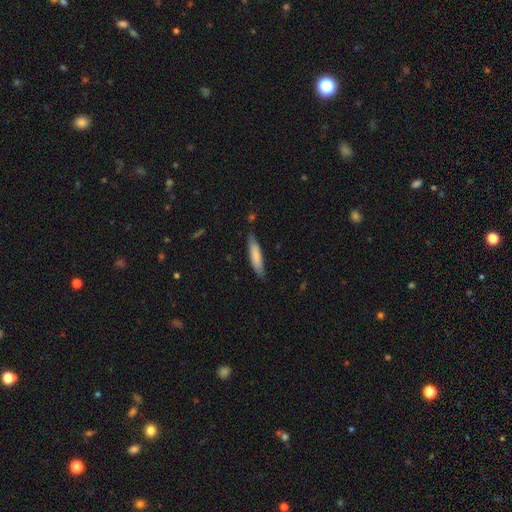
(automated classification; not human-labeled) A smooth galaxy with no disk features (78%) that is cigar-shaped (81%). Merging: none (79%).